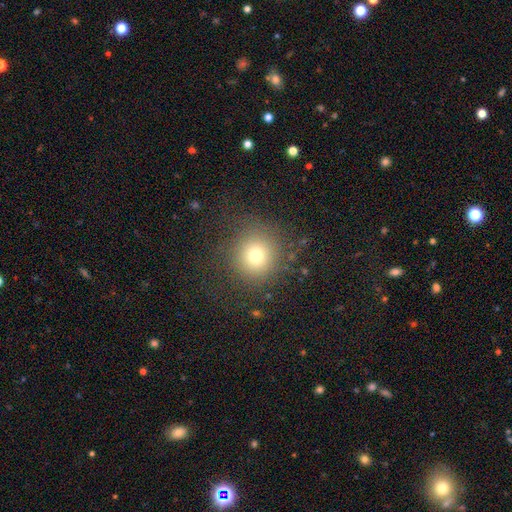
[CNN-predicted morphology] smooth_or_featured: smooth (p=0.74) [alt: star or artifact p=0.16]
how_rounded: round (p=0.93) [alt: in between p=0.06]
merging: none (p=0.83) [alt: minor disturbance p=0.10]